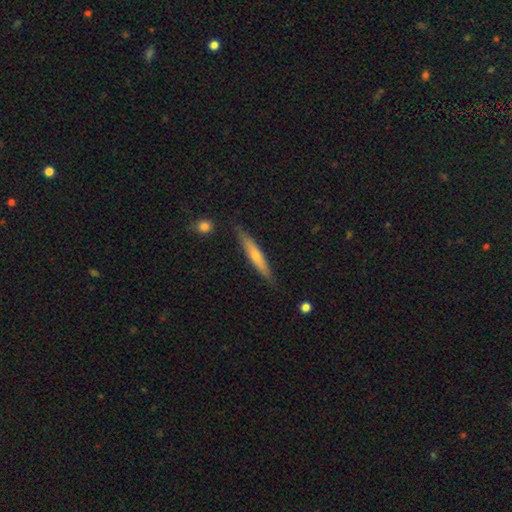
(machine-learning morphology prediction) smooth-or-featured: smooth: 57% | featured or disk: 38% | star or artifact: 6%
  how-rounded: cigar-shaped: 93% | in between: 5% | round: 1%
  merging: none: 85% | minor disturbance: 11% | major disturbance: 2% | merger: 2%